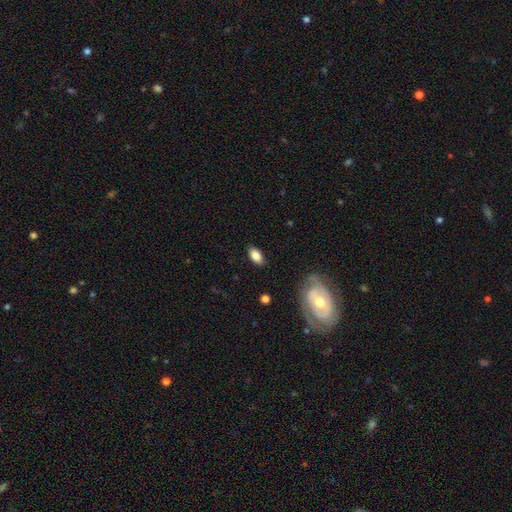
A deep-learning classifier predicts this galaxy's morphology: Overall: smooth (83%). How rounded: in between (91%). Merging: none (83%).